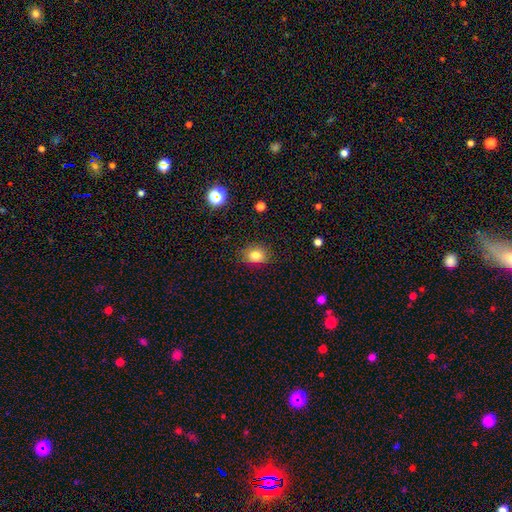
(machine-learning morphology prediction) Smooth or featured? smooth (81%)
How rounded? round (57%)
Merging? none (86%)